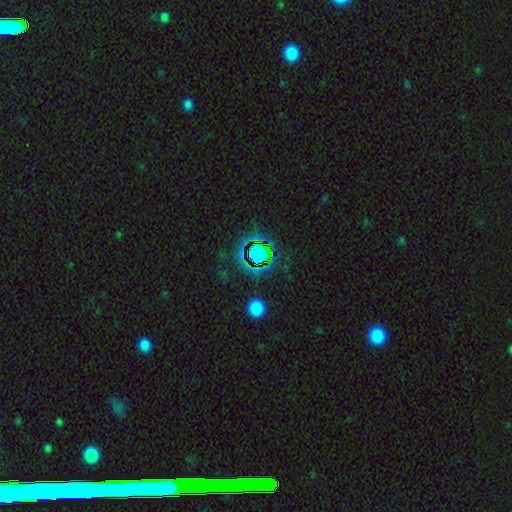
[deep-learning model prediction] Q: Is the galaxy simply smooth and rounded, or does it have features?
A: star or artifact — 74%.